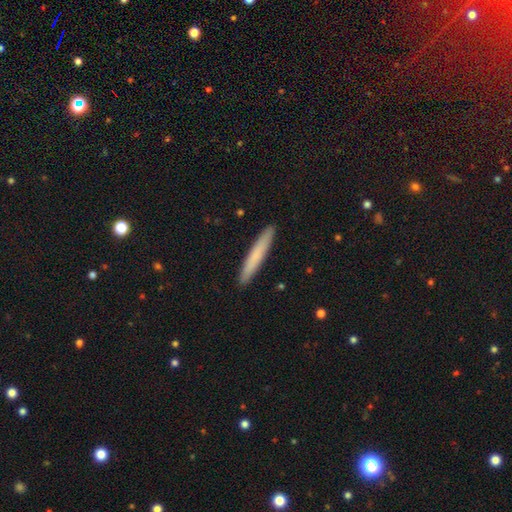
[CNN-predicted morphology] Smooth or featured? Predicted: smooth (p=0.74). How rounded? Predicted: cigar-shaped (p=0.95). Merging? Predicted: none (p=0.92).